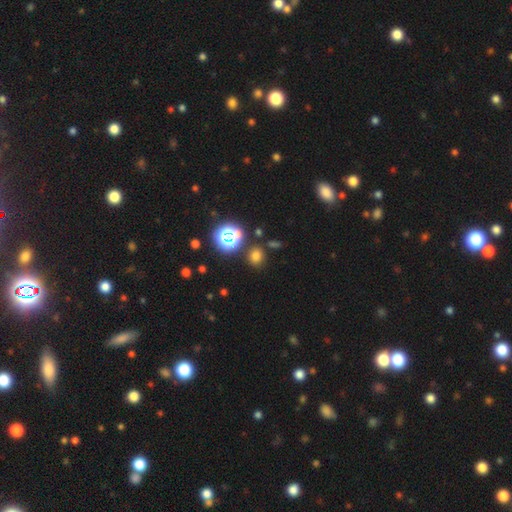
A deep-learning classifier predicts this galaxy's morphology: The model was most divided on "how rounded": round: 65%, in between: 33%, cigar-shaped: 1%. More confident: merging — none (83%); smooth or featured — smooth (67%).